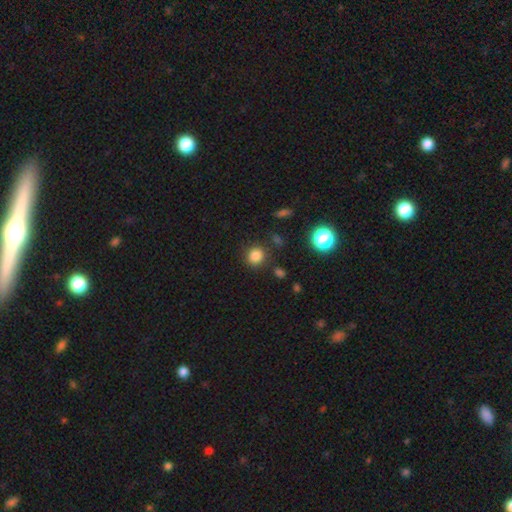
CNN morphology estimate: Smooth or featured: smooth — 83% (star or artifact — 13%)
How rounded: round — 87% (in between — 12%)
Merging: none — 85% (minor disturbance — 8%)